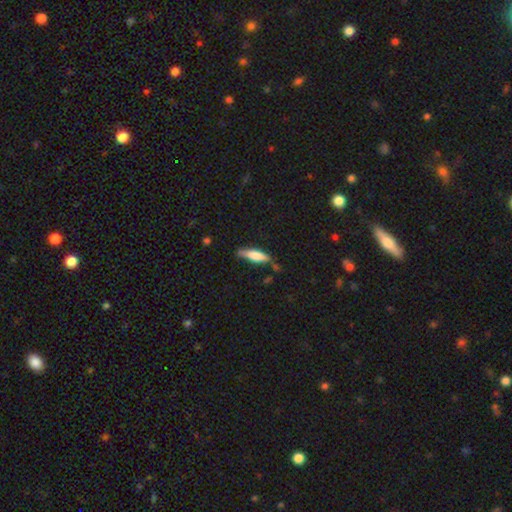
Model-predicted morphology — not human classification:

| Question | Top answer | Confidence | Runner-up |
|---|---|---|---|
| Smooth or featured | smooth | 67% | featured or disk (27%) |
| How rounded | cigar-shaped | 61% | in between (37%) |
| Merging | none | 68% | minor disturbance (22%) |